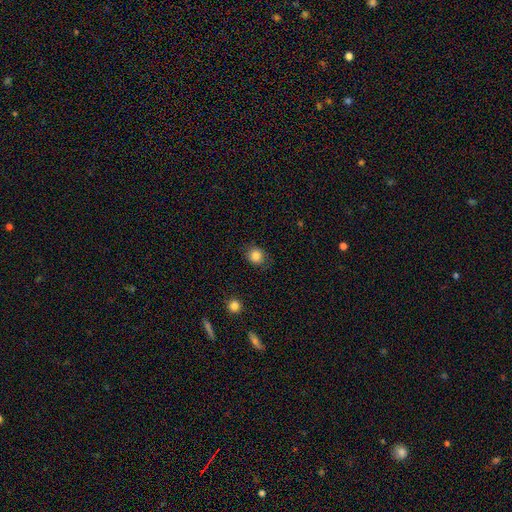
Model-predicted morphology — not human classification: type=smooth (84%); roundness=round (77%); merging=none (82%).